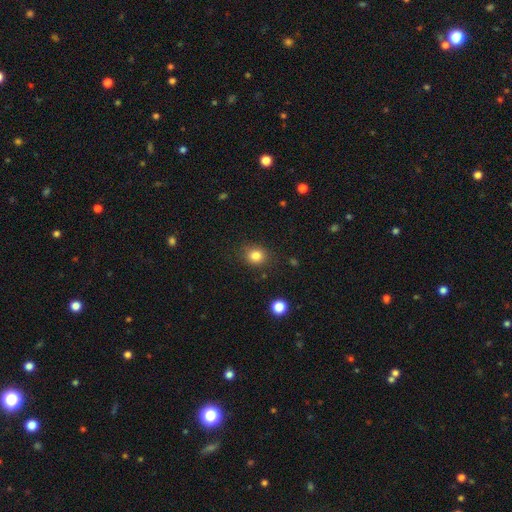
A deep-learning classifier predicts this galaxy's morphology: Smooth or featured?
  - smooth: 83% *
  - star or artifact: 12%
  - featured or disk: 5%
How rounded?
  - round: 73% *
  - in between: 26%
  - cigar-shaped: 1%
Merging?
  - none: 85% *
  - minor disturbance: 10%
  - major disturbance: 3%
  - merger: 2%